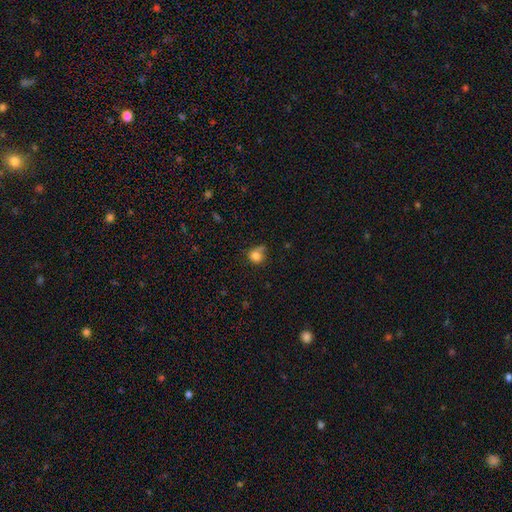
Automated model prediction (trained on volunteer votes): This appears to be a smooth galaxy with no disk features (82%) that is round (81%). Merging: none (52%).